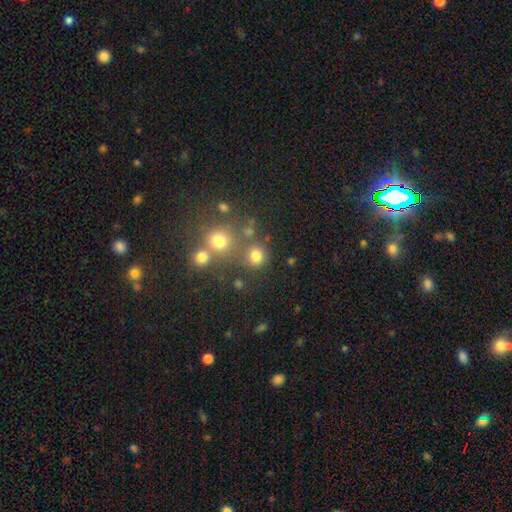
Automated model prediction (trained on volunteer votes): A smooth galaxy with no disk features (77%) that is round (89%).

Vote fractions:
- Smooth or featured? smooth: 77% / star or artifact: 16% / featured or disk: 7%
- How rounded? round: 89% / in between: 10% / cigar-shaped: 1%
- Merging? none: 69% / merger: 18% / minor disturbance: 8% / major disturbance: 5%